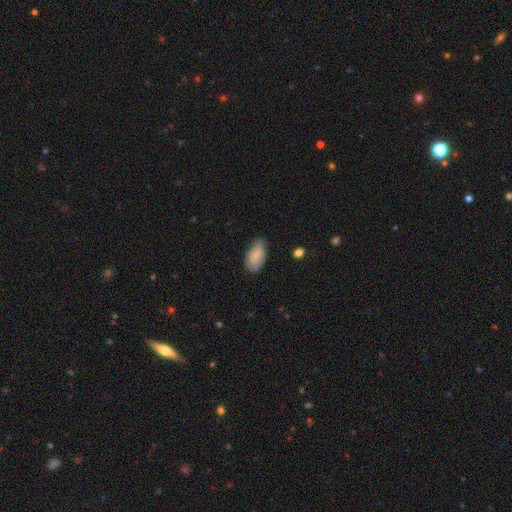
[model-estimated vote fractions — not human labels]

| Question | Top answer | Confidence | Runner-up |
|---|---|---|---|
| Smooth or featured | smooth | 85% | featured or disk (9%) |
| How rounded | in between | 94% | round (3%) |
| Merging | none | 66% | minor disturbance (27%) |